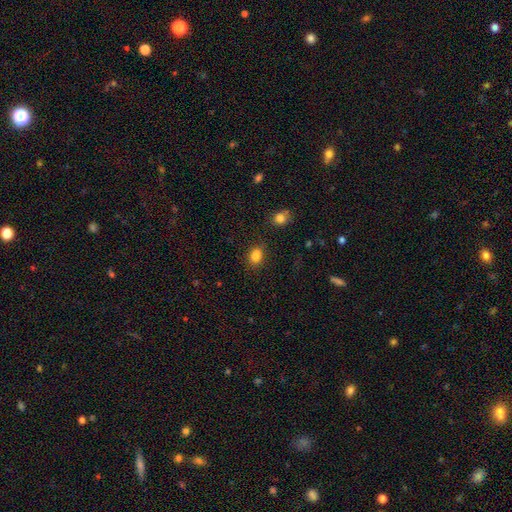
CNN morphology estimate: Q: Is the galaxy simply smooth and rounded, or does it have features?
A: smooth — 83%.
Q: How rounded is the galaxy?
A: in between — 63%.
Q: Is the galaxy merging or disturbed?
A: none — 77%.